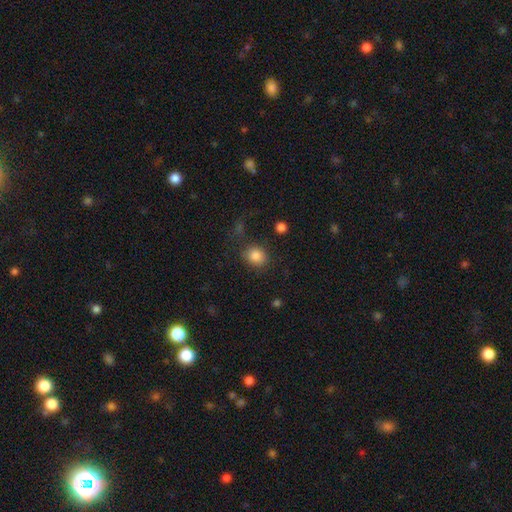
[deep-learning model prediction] A smooth galaxy with no disk features (85%) that is round (68%). Merging: none (78%).